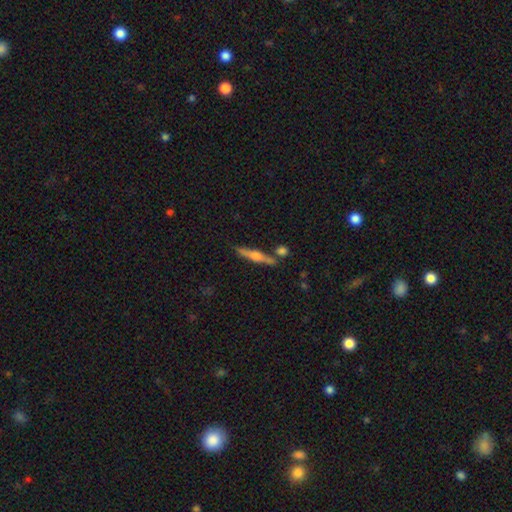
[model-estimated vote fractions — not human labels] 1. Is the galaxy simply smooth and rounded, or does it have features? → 67% featured or disk, 25% smooth, 8% star or artifact.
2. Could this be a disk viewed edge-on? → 97% yes, 3% no.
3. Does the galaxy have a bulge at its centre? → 85% rounded, 8% boxy, 7% none.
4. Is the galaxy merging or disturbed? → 80% none, 9% minor disturbance, 8% merger, 3% major disturbance.